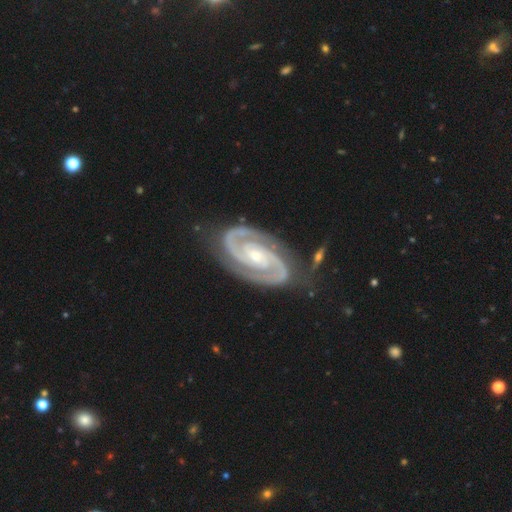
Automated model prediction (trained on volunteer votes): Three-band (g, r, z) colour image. It shows a featured or disk galaxy (95%) with no bar (54%), 2 (94%) tight (61%) spiral arms (99%) and a small central bulge (48%). Merging: none (80%).